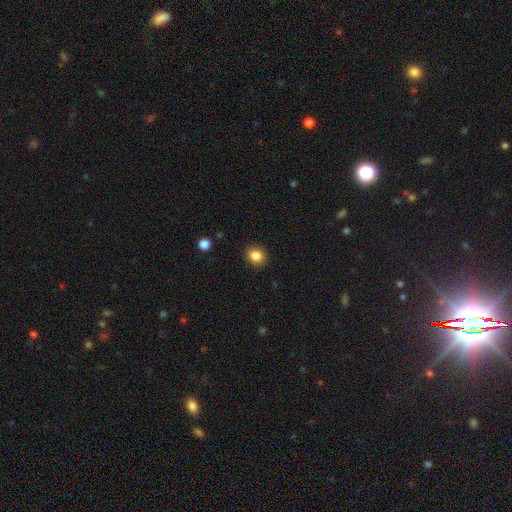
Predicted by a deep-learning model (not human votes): This is clearly a smooth galaxy (85%). How rounded: likely round (69%). Merging: clearly none (90%).